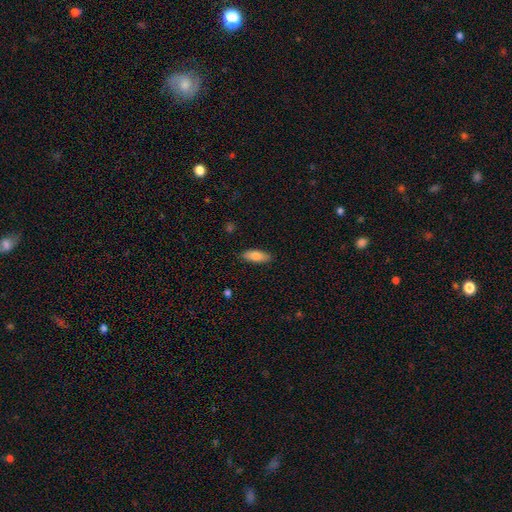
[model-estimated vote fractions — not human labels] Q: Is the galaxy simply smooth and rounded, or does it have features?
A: smooth — 79%.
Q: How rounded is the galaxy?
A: in between — 75%.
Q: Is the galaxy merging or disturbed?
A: none — 87%.